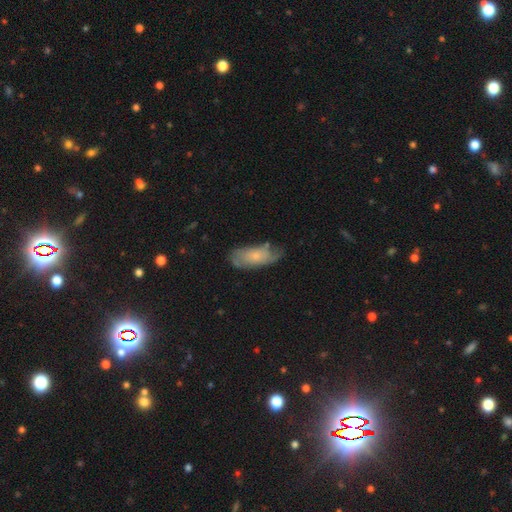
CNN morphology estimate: A smooth galaxy with no disk features (53%) that is in between round and cigar-shaped (79%).

Vote fractions:
- Smooth or featured? smooth: 53% / featured or disk: 40% / star or artifact: 7%
- How rounded? in between: 79% / cigar-shaped: 18% / round: 3%
- Merging? none: 59% / minor disturbance: 29% / major disturbance: 9% / merger: 3%